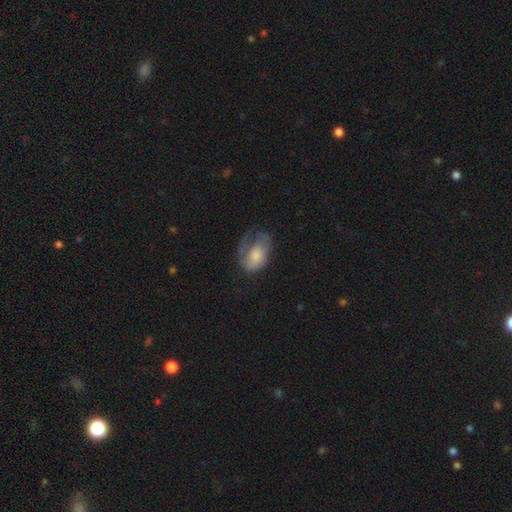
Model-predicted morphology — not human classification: Overall: smooth (61%; featured or disk 33%). How rounded: in between (84%). Merging: major disturbance (42%; none 28%).